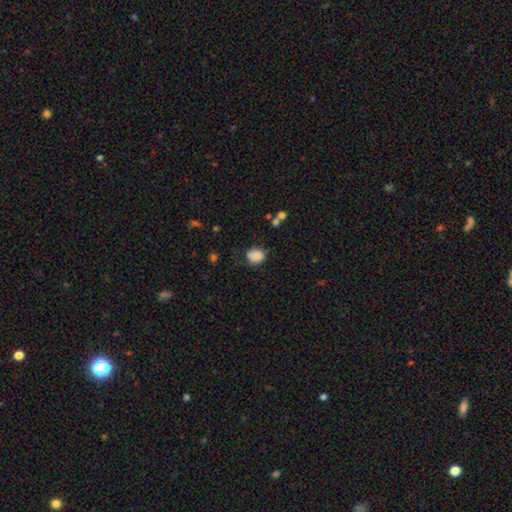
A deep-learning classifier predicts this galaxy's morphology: Overall: smooth (84%). How rounded: round (56%; in between 43%). Merging: none (62%; minor disturbance 25%).